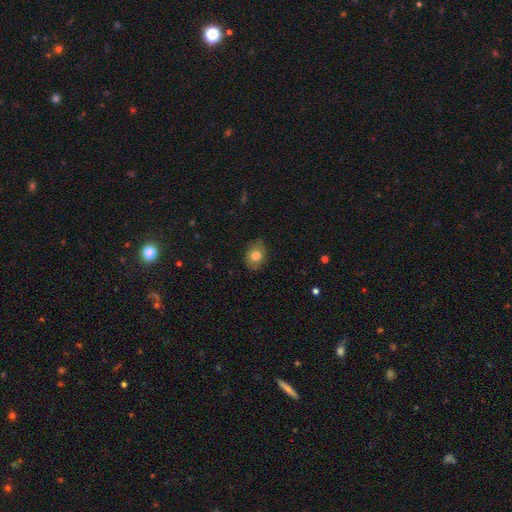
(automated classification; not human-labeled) A smooth galaxy with no disk features (78%) that is in between round and cigar-shaped (61%).

Vote fractions:
- Smooth or featured? smooth: 78% / featured or disk: 13% / star or artifact: 9%
- How rounded? in between: 61% / round: 38% / cigar-shaped: 1%
- Merging? none: 83% / minor disturbance: 14% / major disturbance: 3% / merger: 1%